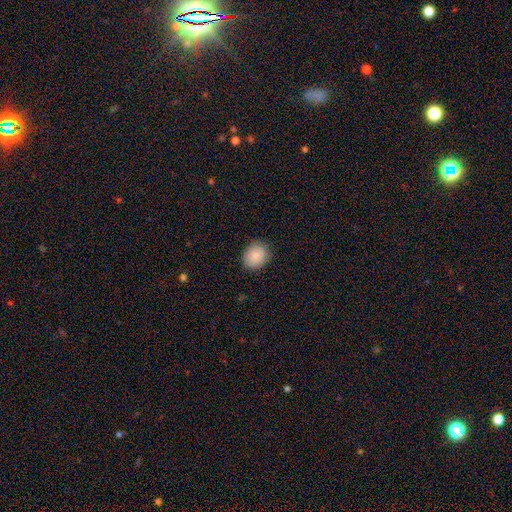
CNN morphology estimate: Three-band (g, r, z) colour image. It shows a smooth galaxy with no disk features (87%) that is round (59%). Merging: none (86%).